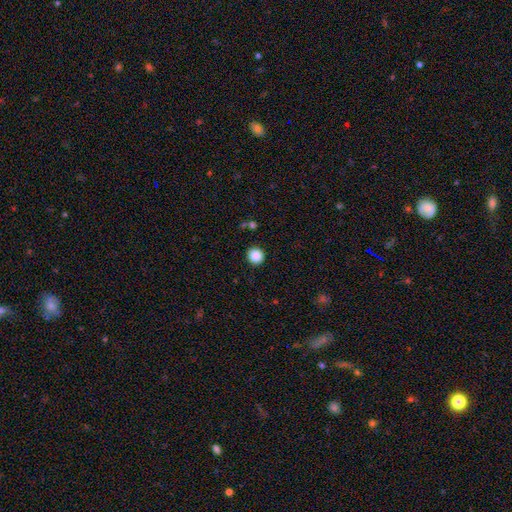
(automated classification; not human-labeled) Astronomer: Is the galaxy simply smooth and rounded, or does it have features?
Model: smooth — 87%.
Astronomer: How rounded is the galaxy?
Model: round — 94%.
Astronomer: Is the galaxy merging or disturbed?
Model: none — 92%.